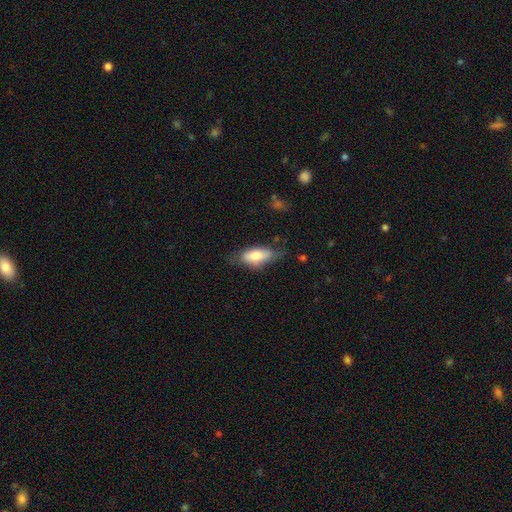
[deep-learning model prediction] This appears to be a smooth galaxy with no disk features (73%) that is in between round and cigar-shaped (80%). Merging: none (59%).